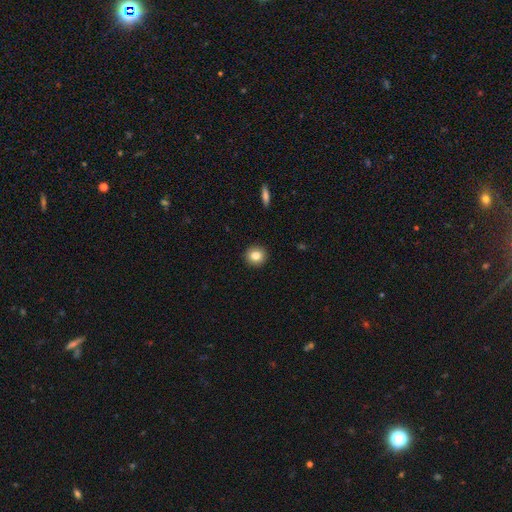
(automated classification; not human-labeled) smooth 82%, star or artifact 10%, featured or disk 8%. Down the decision tree: how rounded — round (93%); merging — none (93%).